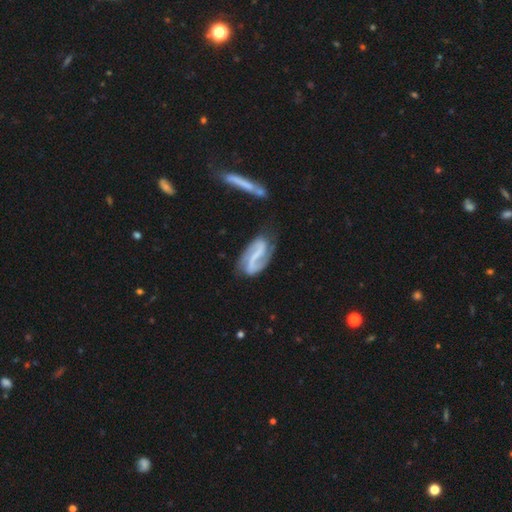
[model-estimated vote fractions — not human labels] smooth_or_featured: featured or disk (p=0.85) [alt: smooth p=0.10]
disk_edge_on: no (p=0.96) [alt: yes p=0.04]
bar: strong (p=0.54) [alt: weak p=0.30]
has_spiral_arms: yes (p=0.95) [alt: no p=0.05]
spiral_winding: loose (p=0.41) [tied with: medium p=0.41]
spiral_arm_count: 2 (p=0.90) [alt: can't tell p=0.04]
bulge_size: none (p=0.49) [alt: small p=0.36]
merging: none (p=0.69) [alt: minor disturbance p=0.19]